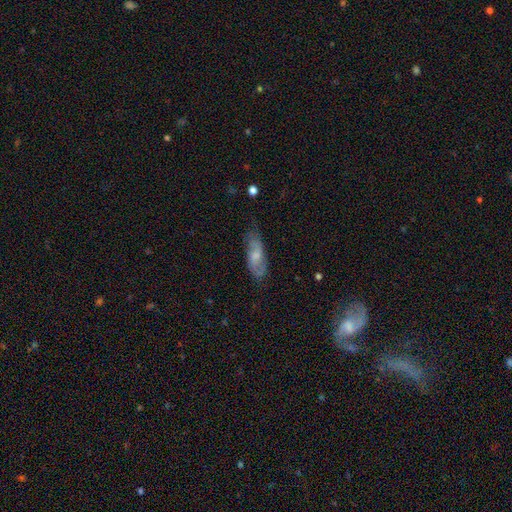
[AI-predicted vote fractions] Smooth or featured: featured or disk — 48% (smooth — 45%)
Merging: none — 64% (minor disturbance — 26%)